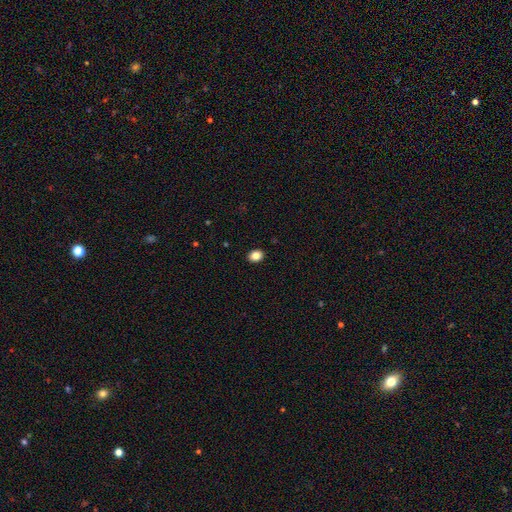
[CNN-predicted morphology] This is clearly a smooth galaxy (85%). How rounded: possibly in between (57%). Merging: clearly none (91%).